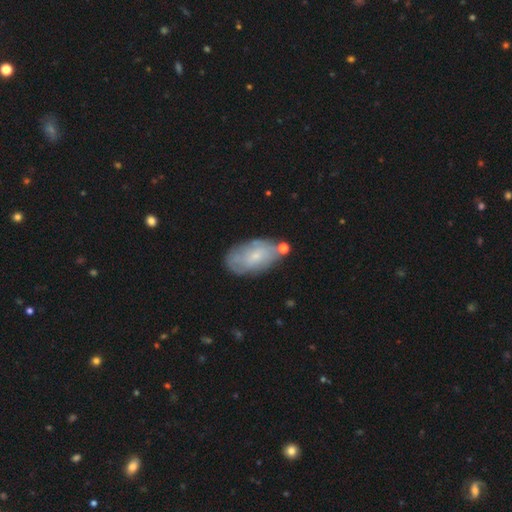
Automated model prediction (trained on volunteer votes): This is possibly a smooth galaxy (51%). How rounded: clearly in between (93%). Merging: likely none (68%).